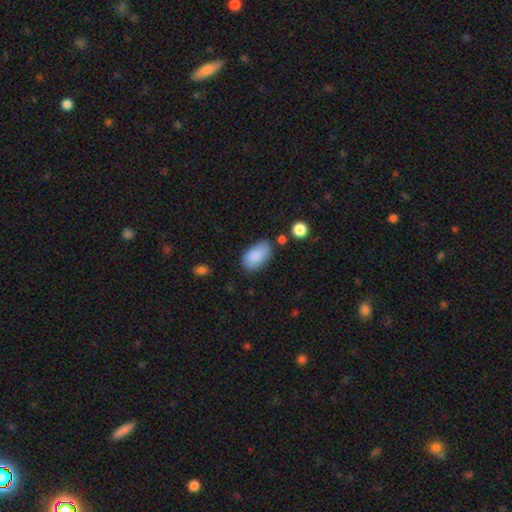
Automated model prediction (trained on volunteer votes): The model was most divided on "merging": none: 70%, minor disturbance: 20%, major disturbance: 5%, merger: 5%. More confident: how rounded — in between (94%); smooth or featured — smooth (87%).